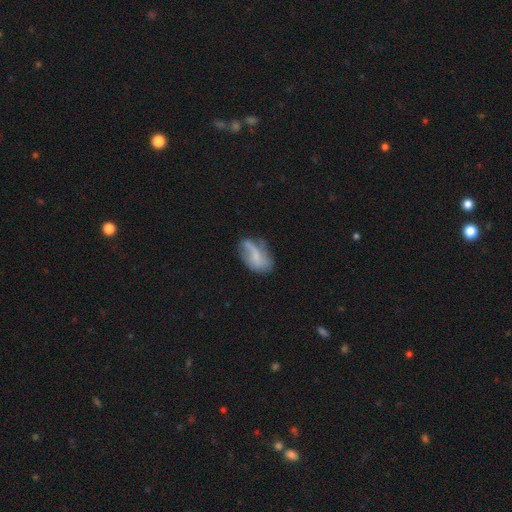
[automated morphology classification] Overall: smooth (47%; featured or disk 45%). Merging: none (39%; minor disturbance 32%).